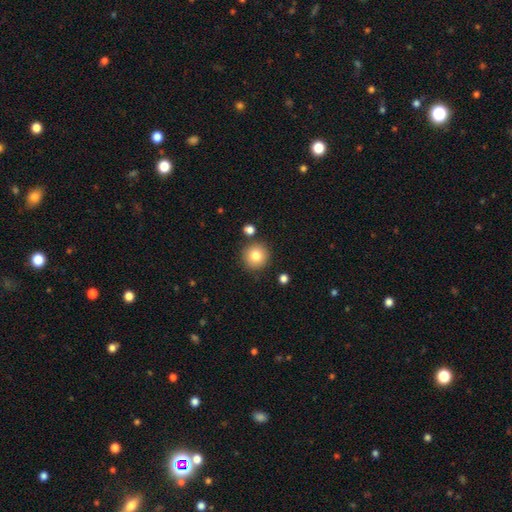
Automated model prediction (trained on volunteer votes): smooth 81%, star or artifact 10%, featured or disk 9%. Down the decision tree: how rounded — round (94%); merging — none (86%).